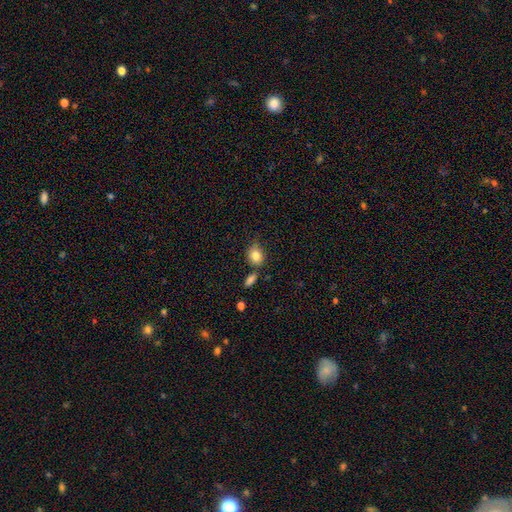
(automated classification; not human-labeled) smooth 82%, star or artifact 9%, featured or disk 8%. Down the decision tree: how rounded — round (52%); merging — none (58%).